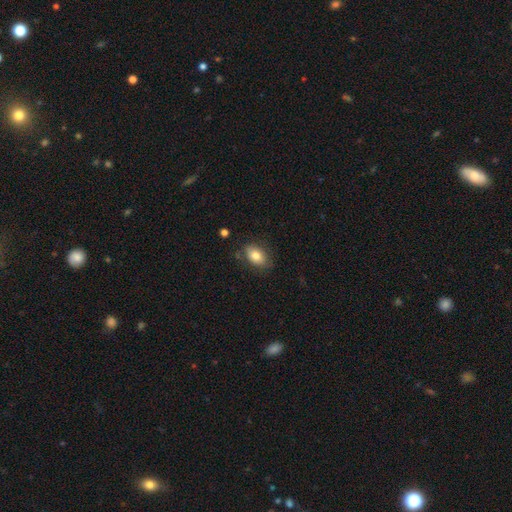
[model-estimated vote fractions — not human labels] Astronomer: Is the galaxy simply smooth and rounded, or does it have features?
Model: smooth — 80%.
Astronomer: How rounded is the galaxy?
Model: in between — 86%.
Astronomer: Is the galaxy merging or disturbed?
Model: none — 78%.